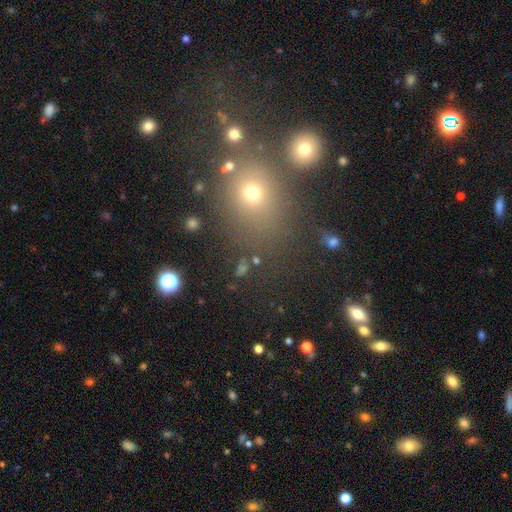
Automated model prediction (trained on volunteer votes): smooth 50%, star or artifact 38%, featured or disk 12%. Down the decision tree: how rounded — round (60%); merging — none (70%).